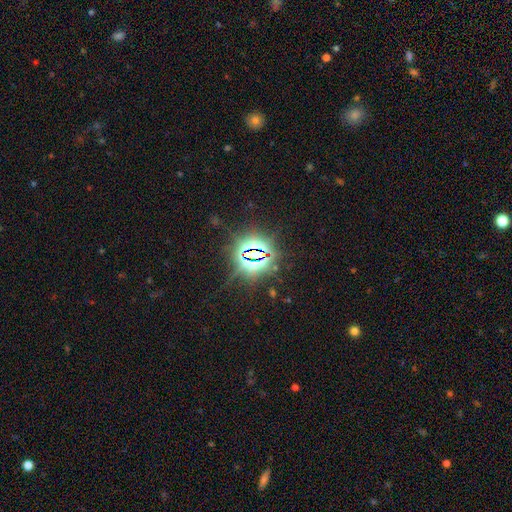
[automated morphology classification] Smooth or featured? Predicted: star or artifact (p=0.83).